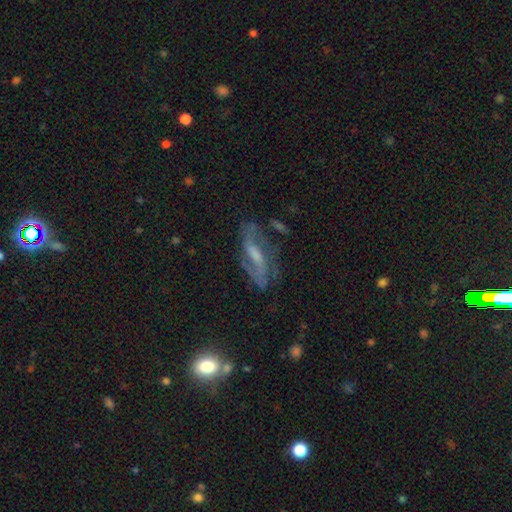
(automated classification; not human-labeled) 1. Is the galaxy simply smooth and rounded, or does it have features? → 75% featured or disk, 16% smooth, 9% star or artifact.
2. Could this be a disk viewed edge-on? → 86% no, 14% yes.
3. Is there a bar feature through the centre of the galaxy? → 44% weak, 30% strong, 27% no.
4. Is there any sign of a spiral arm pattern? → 88% yes, 12% no.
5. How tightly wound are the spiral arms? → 45% medium, 34% loose, 21% tight.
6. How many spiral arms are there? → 71% 2, 15% can't tell, 5% 3, 4% 1, 2% 4, 2% more than 4.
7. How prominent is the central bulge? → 38% small, 35% moderate, 19% none, 6% large, 1% dominant.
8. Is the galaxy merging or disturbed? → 62% none, 20% minor disturbance, 14% major disturbance, 4% merger.